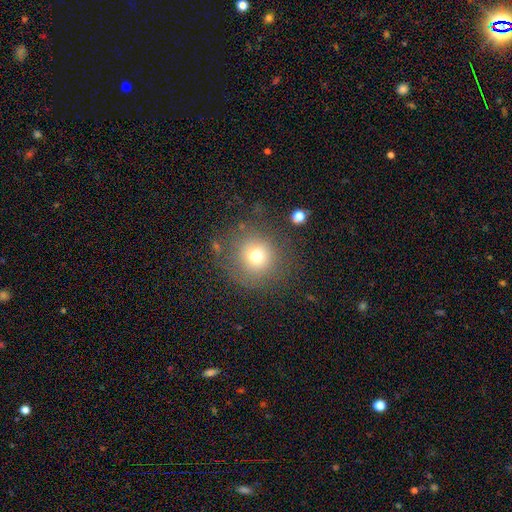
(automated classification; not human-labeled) Smooth or featured: smooth — 71% (star or artifact — 15%)
How rounded: round — 93% (in between — 6%)
Merging: none — 76% (minor disturbance — 13%)